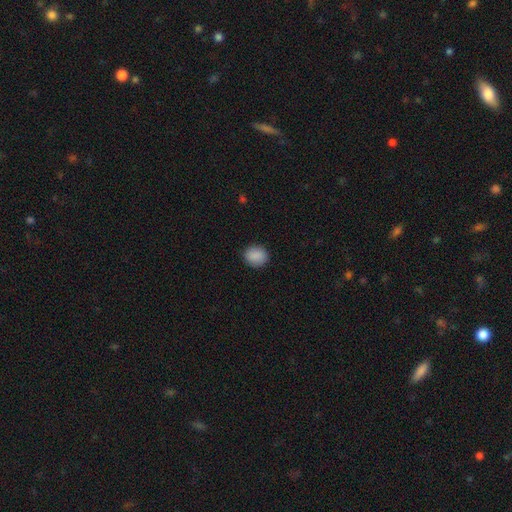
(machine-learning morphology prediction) smooth-or-featured: smooth: 89% | star or artifact: 8% | featured or disk: 4%
  how-rounded: round: 68% | in between: 31% | cigar-shaped: 1%
  merging: none: 88% | minor disturbance: 8% | major disturbance: 2% | merger: 1%